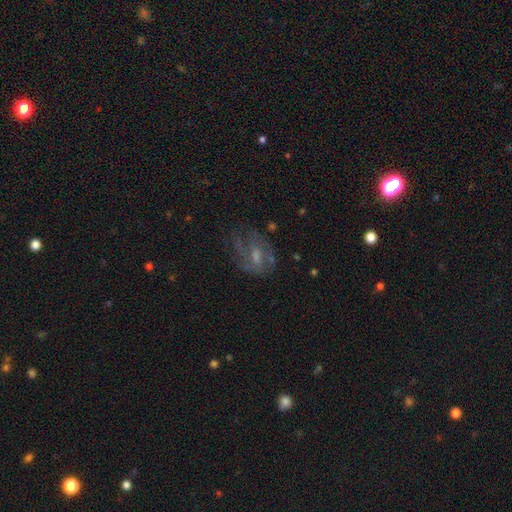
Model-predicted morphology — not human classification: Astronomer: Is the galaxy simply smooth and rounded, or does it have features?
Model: featured or disk — 62%.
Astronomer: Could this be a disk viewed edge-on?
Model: no — 96%.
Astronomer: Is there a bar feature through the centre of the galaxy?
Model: no — 45%, tied with weak at 45%.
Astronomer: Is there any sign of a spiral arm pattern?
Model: yes — 64%.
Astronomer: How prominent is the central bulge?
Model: moderate — 41% (runner-up: small, 36%).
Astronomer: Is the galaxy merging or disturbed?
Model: none — 46% (runner-up: major disturbance, 29%).